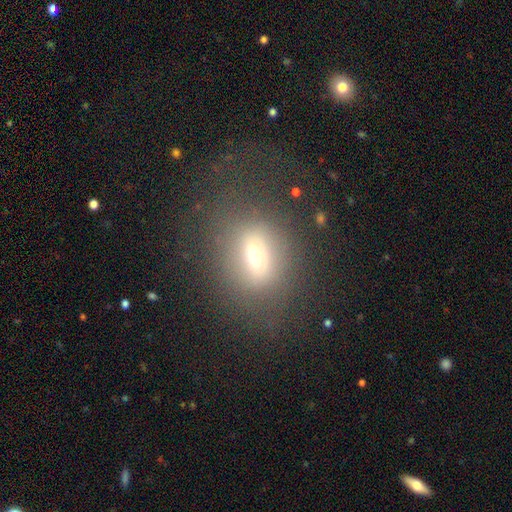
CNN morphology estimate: Smooth or featured?
  - smooth: 54% *
  - featured or disk: 28%
  - star or artifact: 18%
How rounded?
  - in between: 52% *
  - round: 44%
  - cigar-shaped: 3%
Merging?
  - none: 58% *
  - major disturbance: 23%
  - minor disturbance: 17%
  - merger: 3%